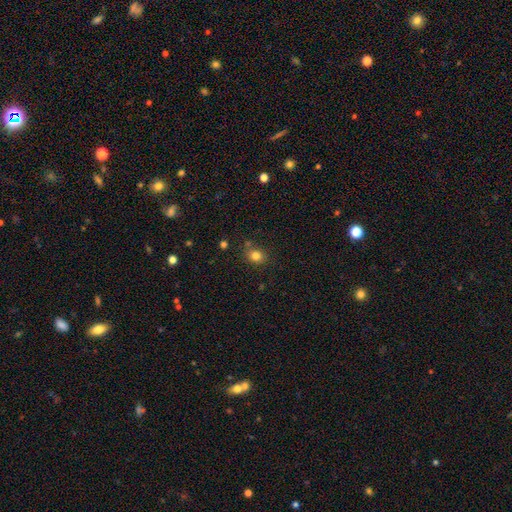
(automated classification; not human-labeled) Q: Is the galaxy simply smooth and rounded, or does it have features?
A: smooth — 81%.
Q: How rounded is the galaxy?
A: round — 58%.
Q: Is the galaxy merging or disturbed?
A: none — 77%.